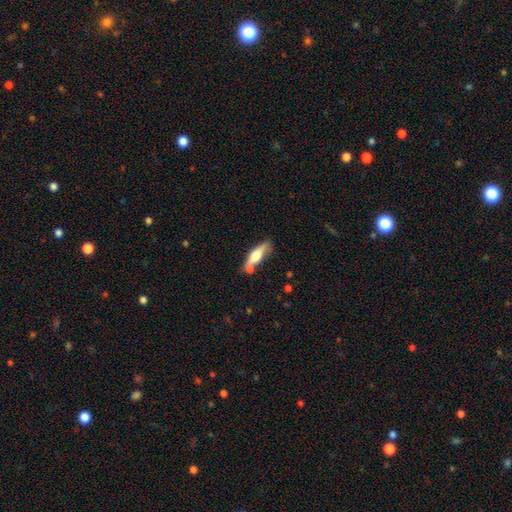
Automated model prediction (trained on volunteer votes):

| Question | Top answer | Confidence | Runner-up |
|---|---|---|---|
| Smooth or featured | smooth | 53% | featured or disk (41%) |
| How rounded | cigar-shaped | 57% | in between (40%) |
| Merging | none | 61% | minor disturbance (21%) |